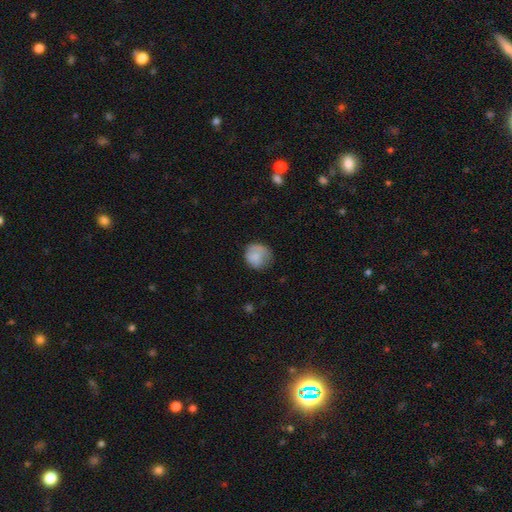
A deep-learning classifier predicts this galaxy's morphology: Smooth or featured?
  - smooth: 78% *
  - featured or disk: 15%
  - star or artifact: 8%
How rounded?
  - round: 84% *
  - in between: 15%
  - cigar-shaped: 1%
Merging?
  - none: 62% *
  - minor disturbance: 26%
  - major disturbance: 11%
  - merger: 2%